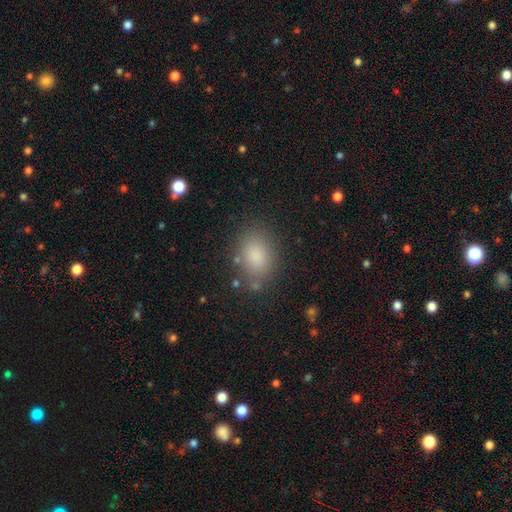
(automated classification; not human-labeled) Smooth or featured? smooth (83%)
How rounded? in between (73%)
Merging? none (79%)